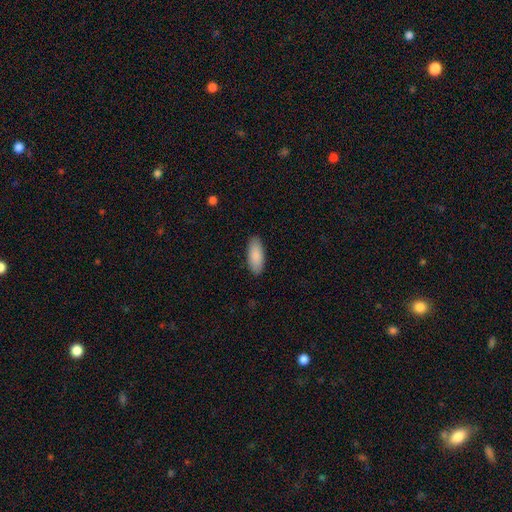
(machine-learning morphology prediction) Q: Smooth or featured?
A: smooth (89%); runner-up: star or artifact (5%)
Q: How rounded?
A: in between (85%); runner-up: cigar-shaped (14%)
Q: Merging?
A: none (89%); runner-up: minor disturbance (8%)